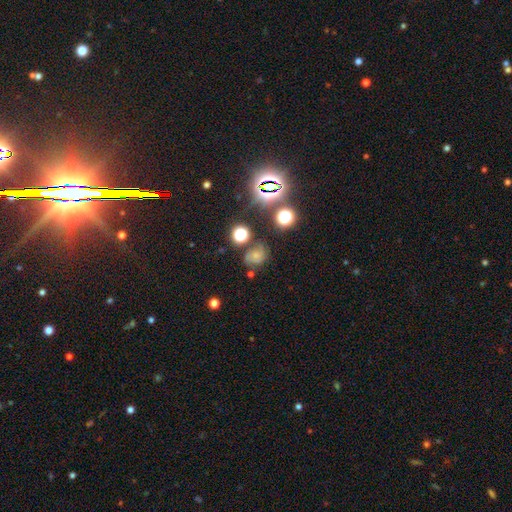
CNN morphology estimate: smooth_or_featured: featured or disk (p=0.40) [alt: smooth p=0.34]
merging: none (p=0.59) [alt: minor disturbance p=0.22]